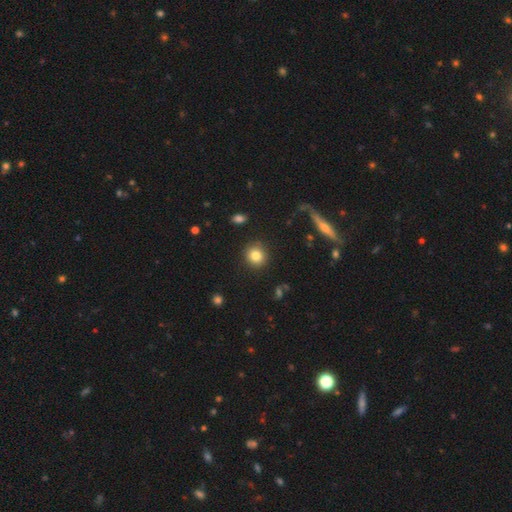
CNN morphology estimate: This appears to be a smooth galaxy with no disk features (82%) that is round (90%). Merging: none (90%).